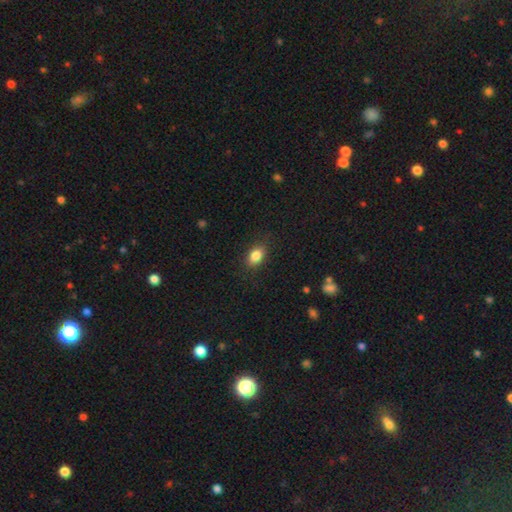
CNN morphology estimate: smooth 85%, star or artifact 9%, featured or disk 6%. Down the decision tree: how rounded — in between (83%); merging — none (86%).